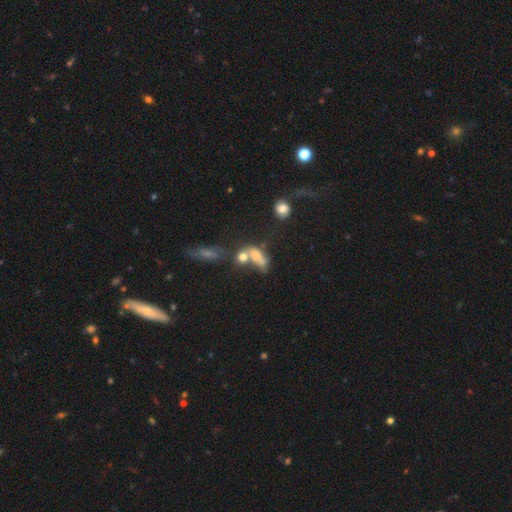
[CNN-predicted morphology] type=smooth (58%); roundness=in between (70%); merging=merger (57%).